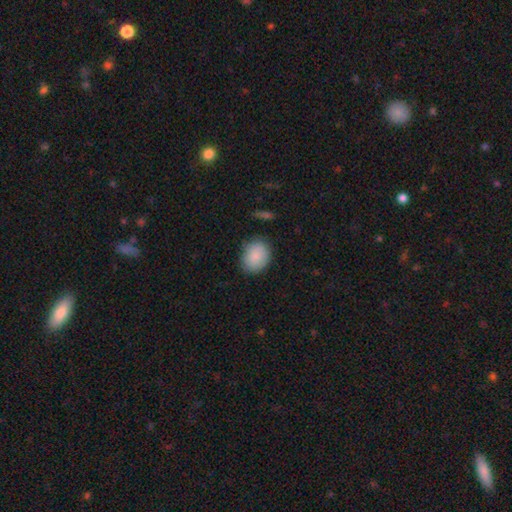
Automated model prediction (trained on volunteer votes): Smooth or featured?
  - smooth: 87% *
  - star or artifact: 7%
  - featured or disk: 5%
How rounded?
  - in between: 51% *
  - round: 48%
  - cigar-shaped: 1%
Merging?
  - none: 78% *
  - minor disturbance: 16%
  - major disturbance: 4%
  - merger: 2%